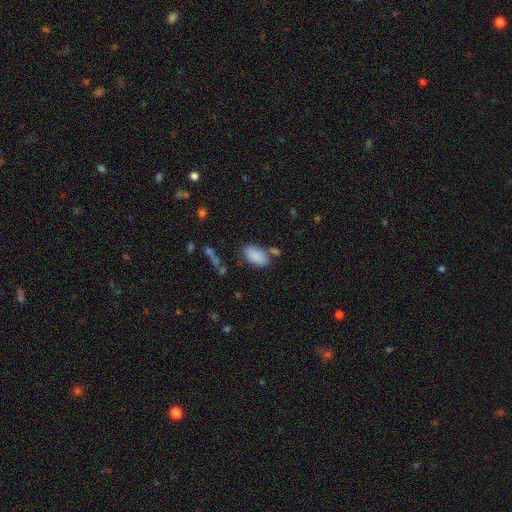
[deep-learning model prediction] A smooth galaxy with no disk features (86%) that is in between round and cigar-shaped (93%).

Vote fractions:
- Smooth or featured? smooth: 86% / star or artifact: 8% / featured or disk: 6%
- How rounded? in between: 93% / round: 5% / cigar-shaped: 2%
- Merging? none: 62% / minor disturbance: 17% / merger: 14% / major disturbance: 6%